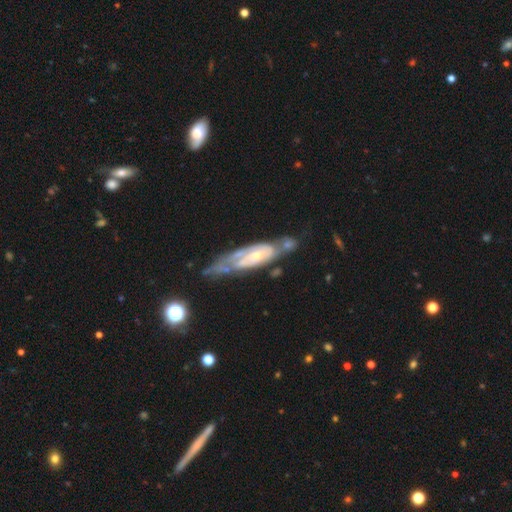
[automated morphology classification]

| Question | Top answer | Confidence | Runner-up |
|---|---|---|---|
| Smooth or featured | featured or disk | 77% | smooth (17%) |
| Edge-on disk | no | 82% | yes (18%) |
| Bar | no | 61% | weak (30%) |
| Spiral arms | yes | 79% | no (21%) |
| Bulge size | moderate | 47% | small (46%) |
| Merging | none | 35% | minor disturbance (27%) |